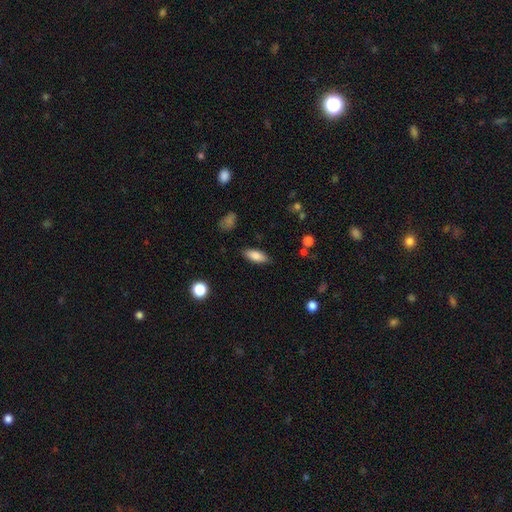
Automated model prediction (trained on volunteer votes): Smooth or featured? Predicted: smooth (p=0.82). How rounded? Predicted: in between (p=0.78). Merging? Predicted: none (p=0.86).